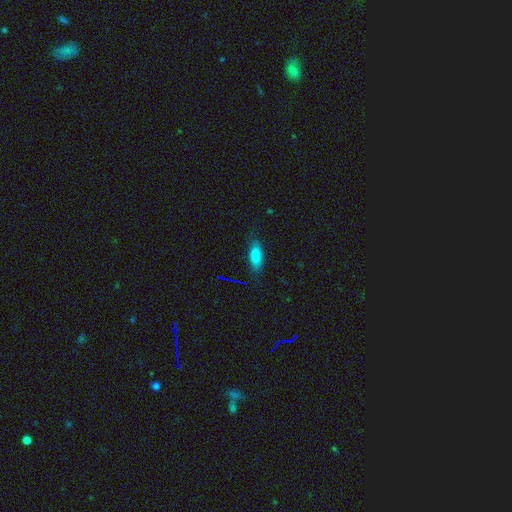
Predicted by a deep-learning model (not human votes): This appears to be a smooth galaxy with no disk features (80%) that is in between round and cigar-shaped (67%). Merging: none (78%).